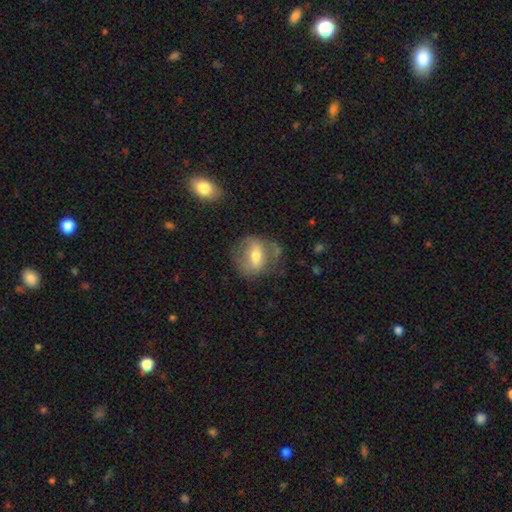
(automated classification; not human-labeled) Overall: smooth (48%; featured or disk 44%). Merging: none (59%; minor disturbance 23%).